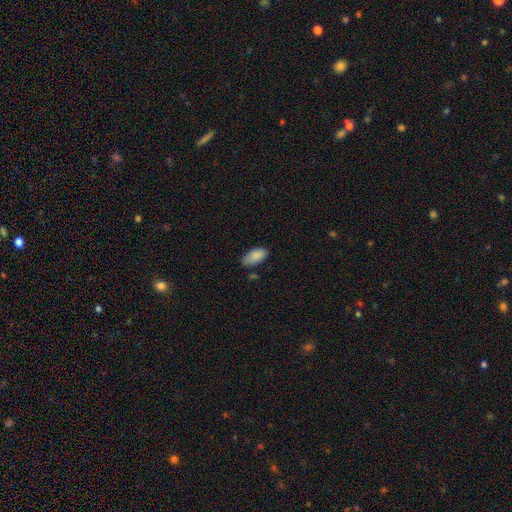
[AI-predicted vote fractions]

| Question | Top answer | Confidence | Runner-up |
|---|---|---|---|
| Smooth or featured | smooth | 87% | star or artifact (7%) |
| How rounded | in between | 93% | cigar-shaped (5%) |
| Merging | none | 73% | minor disturbance (21%) |